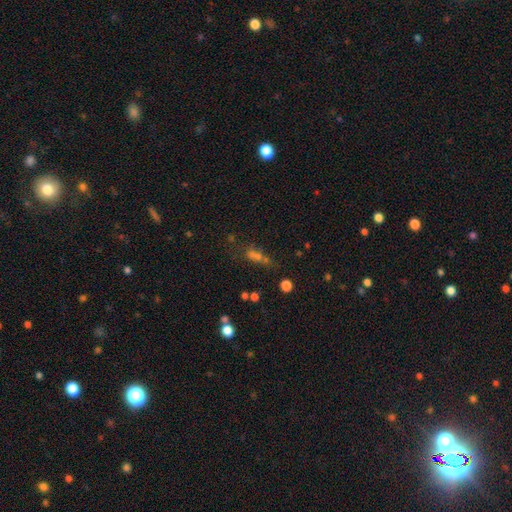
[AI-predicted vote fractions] A smooth galaxy with no disk features (45%).

Vote fractions:
- Smooth or featured? smooth: 45% / star or artifact: 34% / featured or disk: 21%
- Merging? none: 47% / merger: 18% / minor disturbance: 17% / major disturbance: 17%